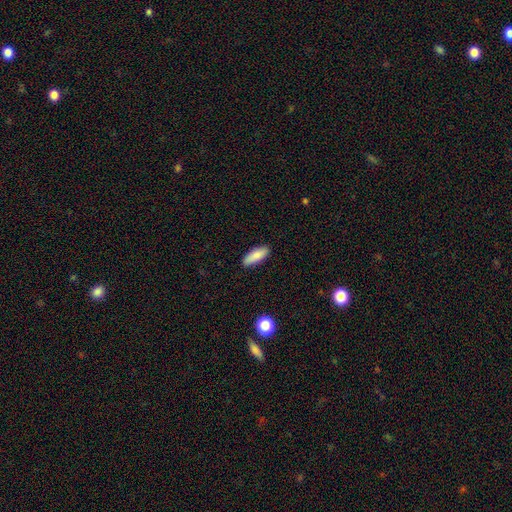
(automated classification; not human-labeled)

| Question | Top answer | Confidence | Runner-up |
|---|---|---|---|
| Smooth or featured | smooth | 84% | featured or disk (9%) |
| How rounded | in between | 66% | cigar-shaped (31%) |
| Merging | none | 86% | minor disturbance (10%) |